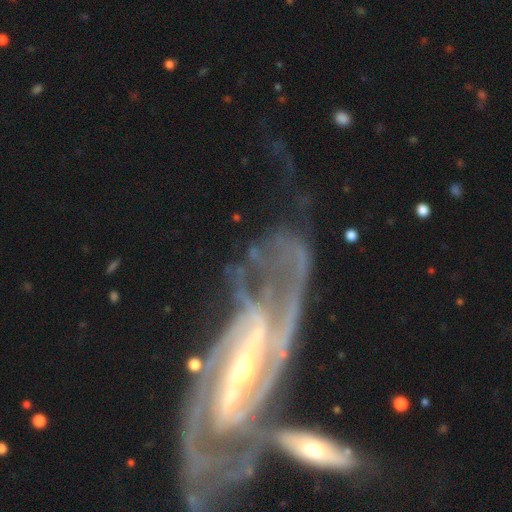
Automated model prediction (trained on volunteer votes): Q: Smooth or featured?
A: featured or disk (91%); runner-up: star or artifact (5%)
Q: Edge-on disk?
A: no (94%); runner-up: yes (6%)
Q: Bar?
A: strong (52%); runner-up: weak (29%)
Q: Spiral arms?
A: yes (97%); runner-up: no (3%)
Q: Spiral winding?
A: tight (44%); runner-up: medium (43%)
Q: Spiral arm count?
A: 2 (61%); runner-up: can't tell (12%)
Q: Bulge size?
A: small (72%); runner-up: moderate (23%)
Q: Merging?
A: none (43%); runner-up: merger (23%)